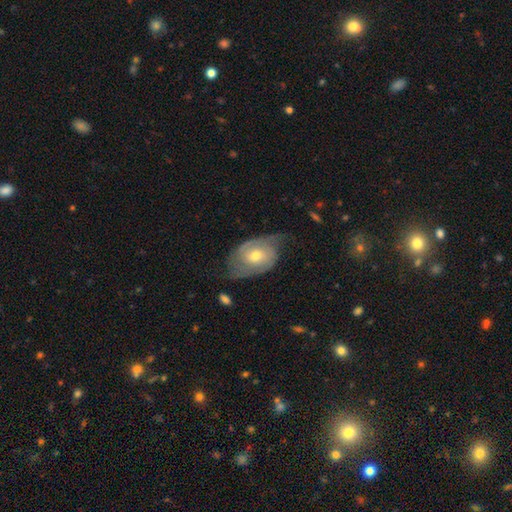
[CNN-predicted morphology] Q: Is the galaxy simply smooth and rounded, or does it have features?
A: featured or disk — 75%.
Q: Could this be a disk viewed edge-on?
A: no — 96%.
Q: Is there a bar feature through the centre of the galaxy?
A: no — 64%.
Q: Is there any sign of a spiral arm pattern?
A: yes — 89%.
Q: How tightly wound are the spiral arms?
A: medium — 40%.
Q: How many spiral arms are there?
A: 2 — 76%.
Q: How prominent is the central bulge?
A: moderate — 63%.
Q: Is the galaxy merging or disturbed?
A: none — 56%.